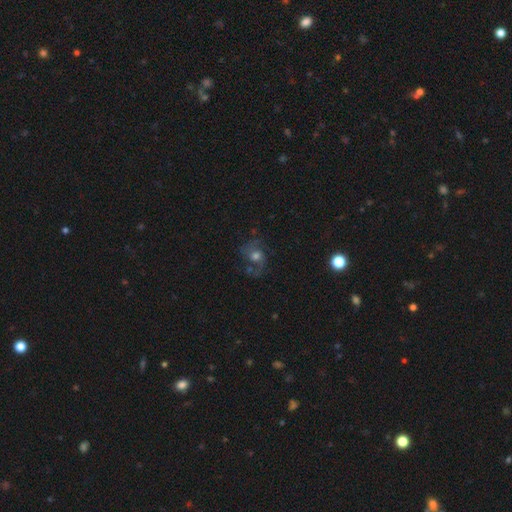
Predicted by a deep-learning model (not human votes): Morphology: type=featured or disk (65%); edge-on=no (97%); bar=no (70%); spiral arms=yes (87%); winding=medium (45%); arm count=2 (80%); bulge=moderate (58%); merging=none (61%).